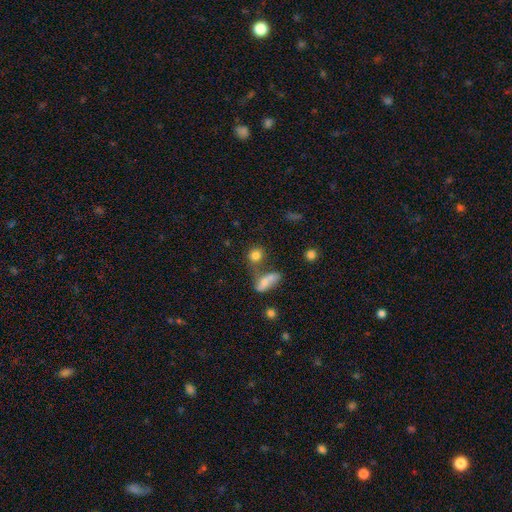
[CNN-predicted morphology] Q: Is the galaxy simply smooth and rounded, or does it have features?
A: smooth — 79%.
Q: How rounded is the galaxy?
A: round — 79%.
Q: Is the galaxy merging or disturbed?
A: none — 57%.